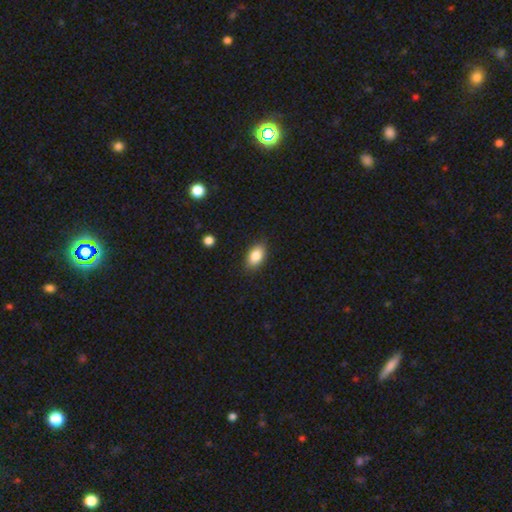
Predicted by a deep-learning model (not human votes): Smooth or featured? smooth (85%)
How rounded? in between (89%)
Merging? none (86%)